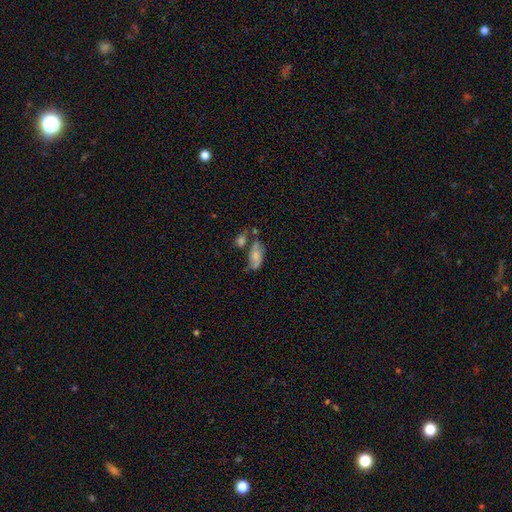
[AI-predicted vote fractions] Smooth or featured? Predicted: smooth (p=0.63). How rounded? Predicted: in between (p=0.84). Merging? Predicted: none (p=0.45).